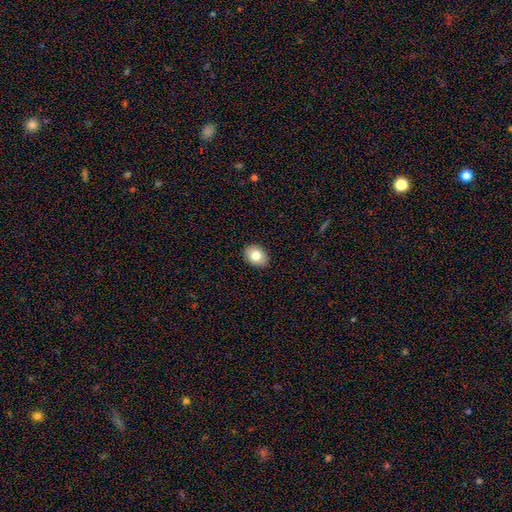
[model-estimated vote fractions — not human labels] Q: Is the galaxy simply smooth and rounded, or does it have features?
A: smooth — 80%.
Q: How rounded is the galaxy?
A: in between — 67%.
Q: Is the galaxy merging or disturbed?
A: none — 90%.